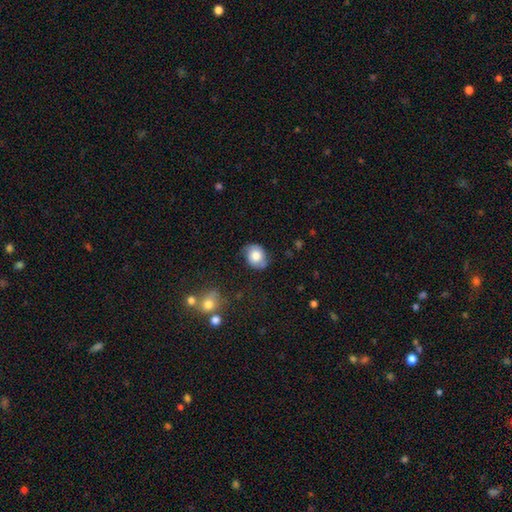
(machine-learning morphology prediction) The model was most divided on "how rounded": round: 53%, in between: 46%, cigar-shaped: 1%. More confident: merging — none (70%); smooth or featured — smooth (67%).